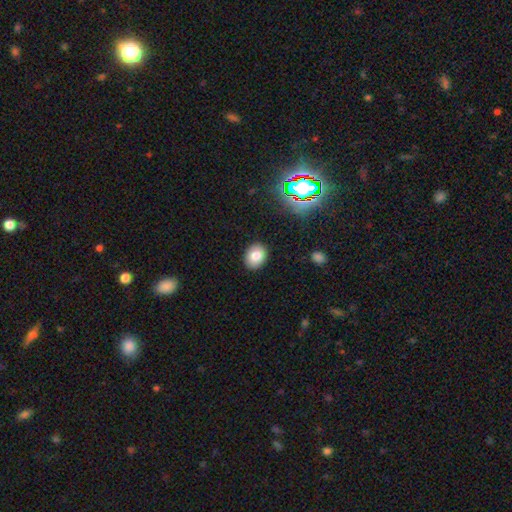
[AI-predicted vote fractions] A smooth galaxy with no disk features (80%) that is in between round and cigar-shaped (57%). Merging: none (89%).